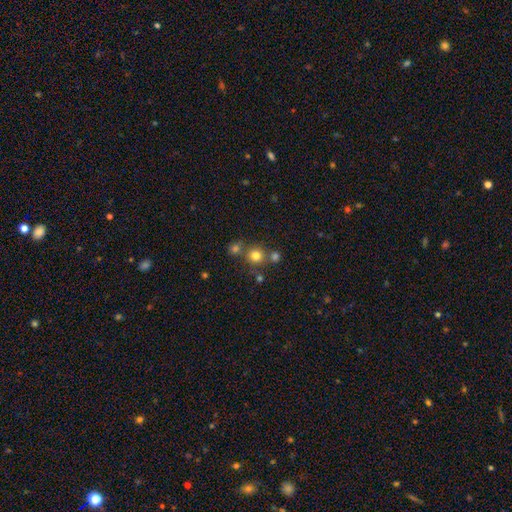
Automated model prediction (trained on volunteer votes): Smooth or featured?
  - smooth: 77% *
  - star or artifact: 16%
  - featured or disk: 7%
How rounded?
  - round: 91% *
  - in between: 8%
  - cigar-shaped: 1%
Merging?
  - none: 69% *
  - merger: 20%
  - minor disturbance: 8%
  - major disturbance: 3%